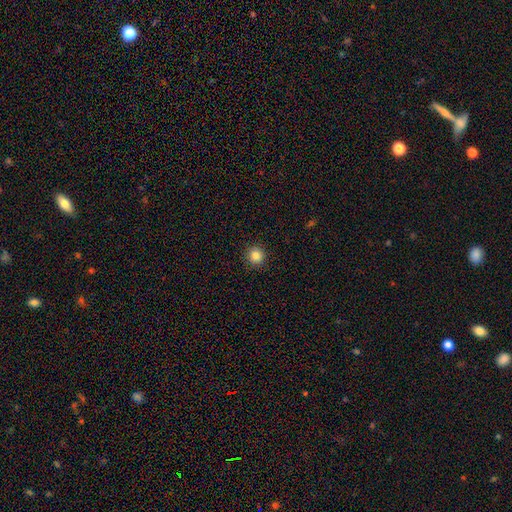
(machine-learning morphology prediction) Smooth or featured? smooth (84%)
How rounded? round (93%)
Merging? none (92%)